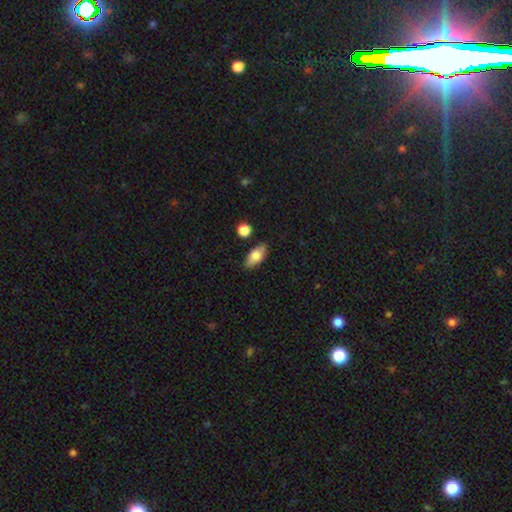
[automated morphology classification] This appears to be a smooth galaxy with no disk features (79%) that is in between round and cigar-shaped (87%). Merging: none (83%).